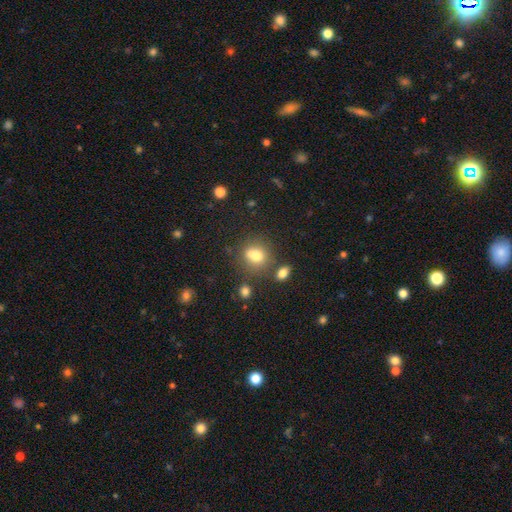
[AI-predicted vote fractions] A smooth galaxy with no disk features (72%) that is round (71%). Merging: none (51%).